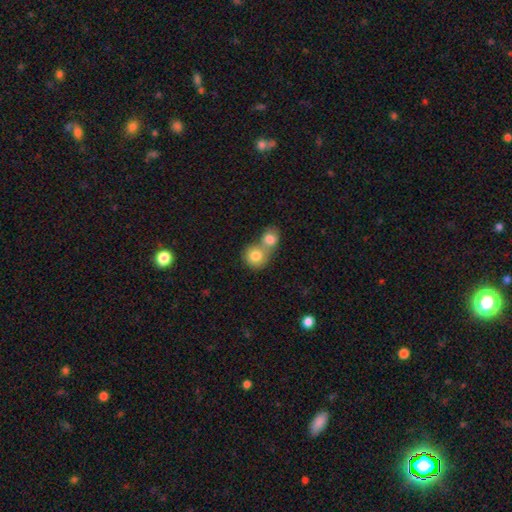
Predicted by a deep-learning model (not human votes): A smooth galaxy with no disk features (81%) that is round (83%).

Vote fractions:
- Smooth or featured? smooth: 81% / featured or disk: 11% / star or artifact: 9%
- How rounded? round: 83% / in between: 16% / cigar-shaped: 1%
- Merging? merger: 66% / none: 27% / minor disturbance: 5% / major disturbance: 2%